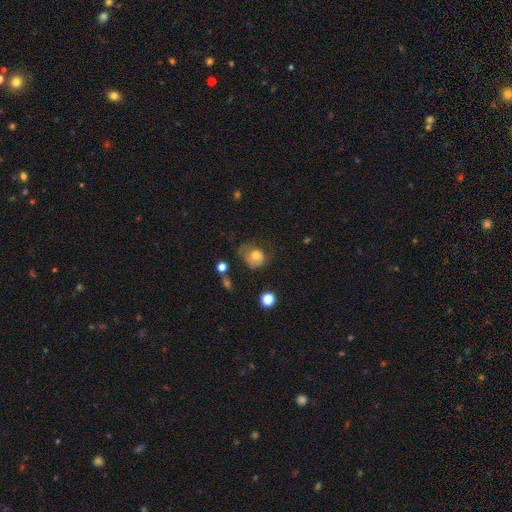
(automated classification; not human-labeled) Smooth or featured: smooth — 67% (featured or disk — 22%)
How rounded: round — 65% (in between — 34%)
Merging: major disturbance — 35% (none — 32%)